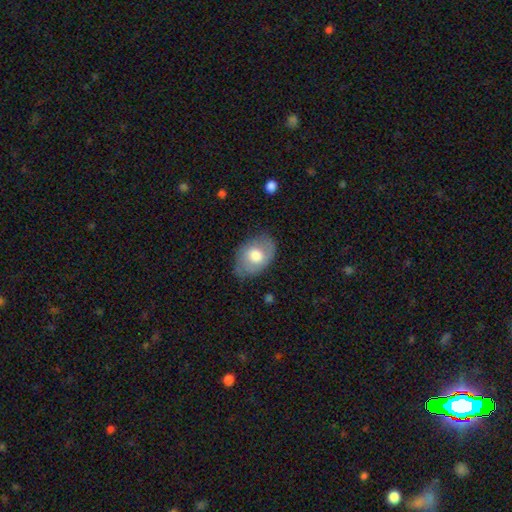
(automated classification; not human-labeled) This is likely a smooth galaxy (61%). How rounded: clearly in between (83%). Merging: likely none (68%).